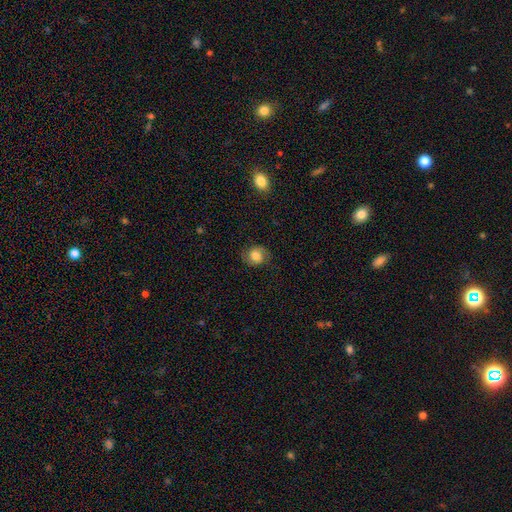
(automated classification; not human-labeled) smooth-or-featured: smooth: 56% | featured or disk: 34% | star or artifact: 10%
  how-rounded: round: 67% | in between: 32% | cigar-shaped: 1%
  merging: none: 77% | minor disturbance: 16% | major disturbance: 6% | merger: 1%